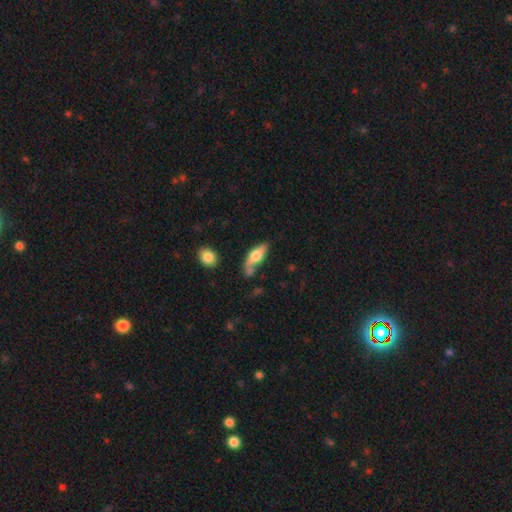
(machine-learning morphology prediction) type=smooth (60%); roundness=in between (63%); merging=none (51%).